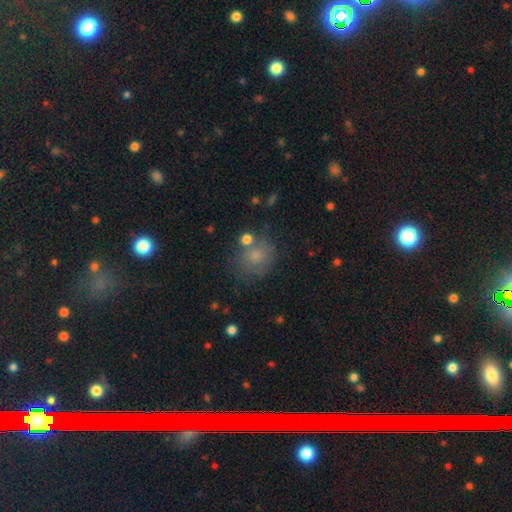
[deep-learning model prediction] Overall: smooth (67%). How rounded: round (78%). Merging: none (66%).